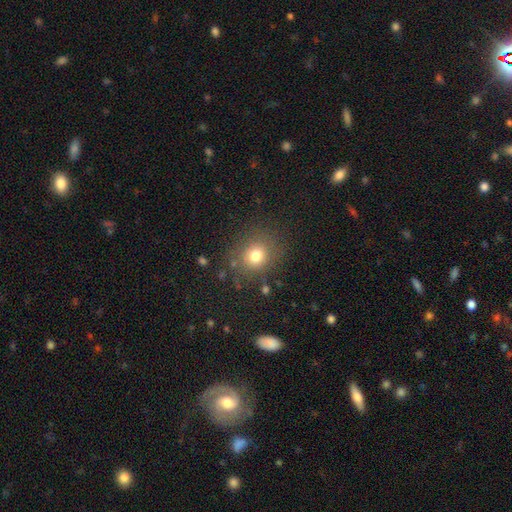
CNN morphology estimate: The model was most divided on "how rounded": round: 77%, in between: 22%, cigar-shaped: 1%. More confident: merging — none (81%); smooth or featured — smooth (76%).